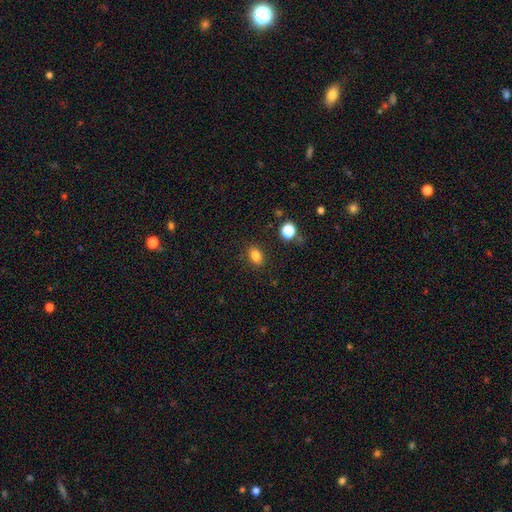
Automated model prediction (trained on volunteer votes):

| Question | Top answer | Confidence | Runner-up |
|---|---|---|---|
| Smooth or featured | smooth | 83% | star or artifact (12%) |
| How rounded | in between | 72% | round (27%) |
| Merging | none | 86% | minor disturbance (9%) |